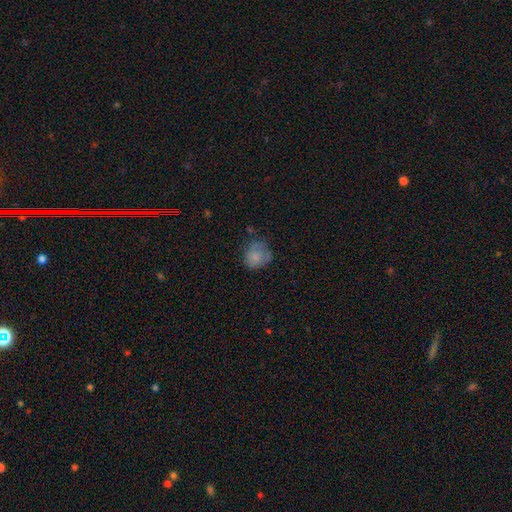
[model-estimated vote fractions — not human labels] This is likely a smooth galaxy (75%). How rounded: likely round (77%). Merging: possibly none (57%).